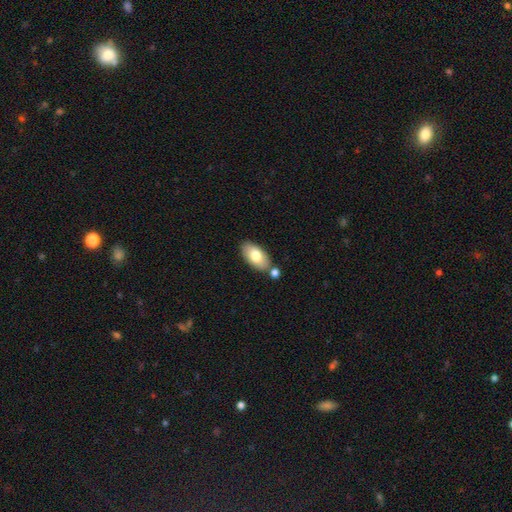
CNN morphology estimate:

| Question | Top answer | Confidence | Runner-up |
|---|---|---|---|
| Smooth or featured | smooth | 75% | featured or disk (18%) |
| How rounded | in between | 94% | round (3%) |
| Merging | none | 73% | merger (13%) |